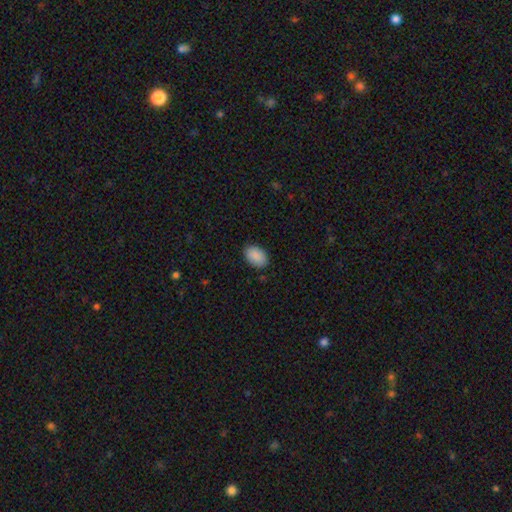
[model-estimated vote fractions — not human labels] The model was most divided on "merging": none: 86%, minor disturbance: 10%, major disturbance: 2%, merger: 1%. More confident: how rounded — in between (90%); smooth or featured — smooth (90%).